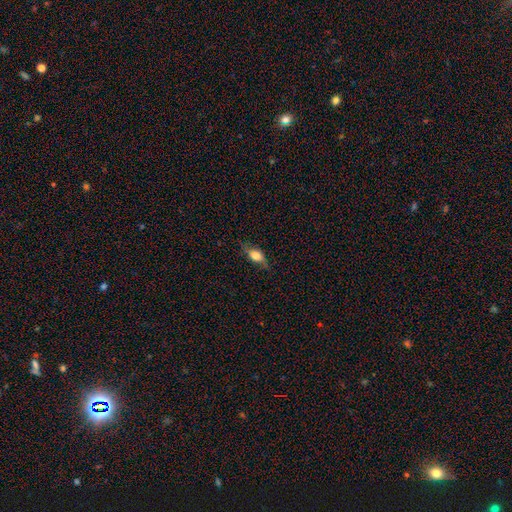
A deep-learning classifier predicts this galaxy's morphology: Overall: smooth (60%; featured or disk 31%). How rounded: in between (76%). Merging: none (66%).